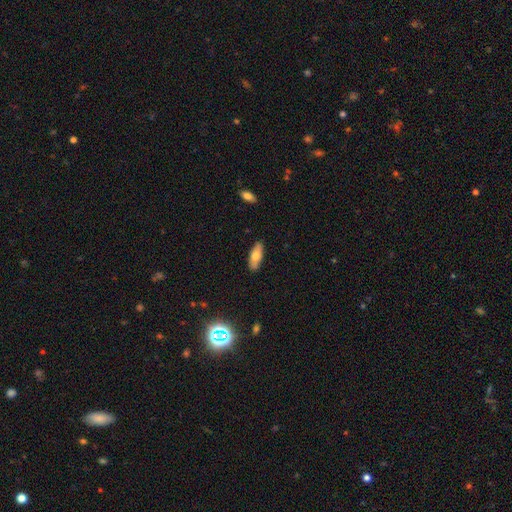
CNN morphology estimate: Q: Smooth or featured?
A: smooth (68%); runner-up: featured or disk (25%)
Q: How rounded?
A: in between (71%); runner-up: cigar-shaped (27%)
Q: Merging?
A: none (87%); runner-up: minor disturbance (10%)